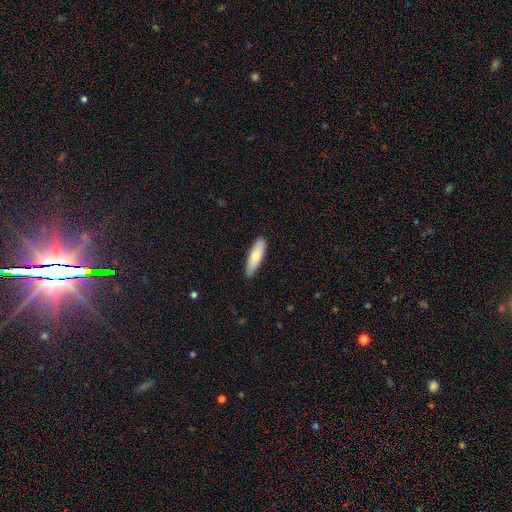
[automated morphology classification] A smooth galaxy with no disk features (69%) that is cigar-shaped (58%).

Vote fractions:
- Smooth or featured? smooth: 69% / featured or disk: 25% / star or artifact: 6%
- How rounded? cigar-shaped: 58% / in between: 40% / round: 2%
- Merging? none: 88% / minor disturbance: 9% / major disturbance: 2% / merger: 1%